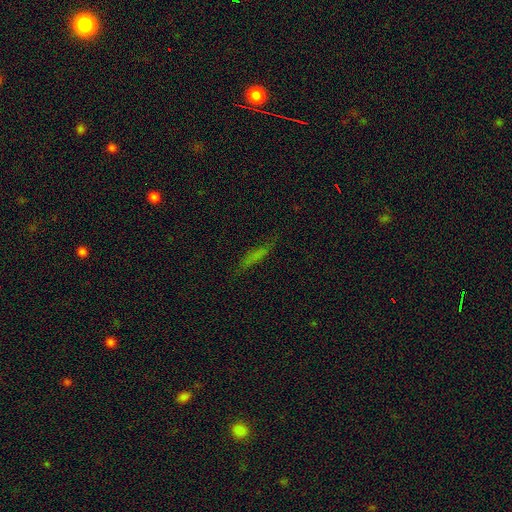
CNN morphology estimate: The model was most divided on "smooth or featured": smooth: 58%, featured or disk: 27%, star or artifact: 15%. More confident: how rounded — cigar-shaped (85%); merging — none (73%).